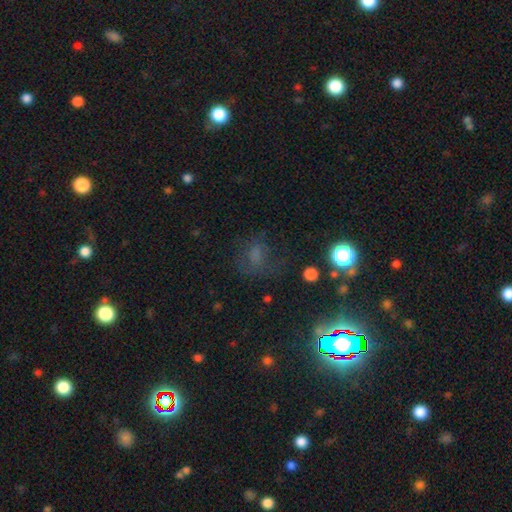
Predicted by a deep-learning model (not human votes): Smooth or featured? Predicted: smooth (p=0.44). Merging? Predicted: none (p=0.57).